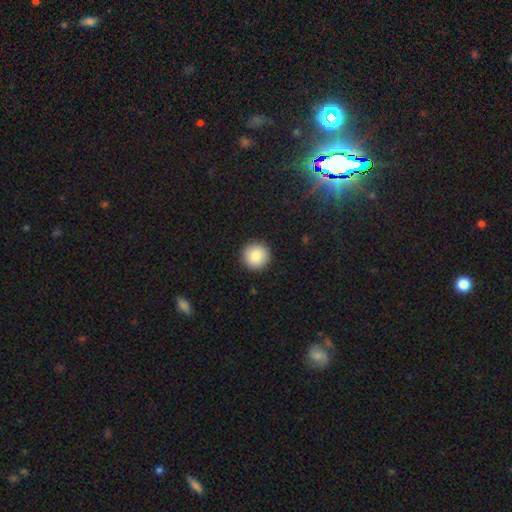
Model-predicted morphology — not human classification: Smooth or featured: smooth — 86% (star or artifact — 8%)
How rounded: round — 95% (in between — 4%)
Merging: none — 92% (minor disturbance — 5%)